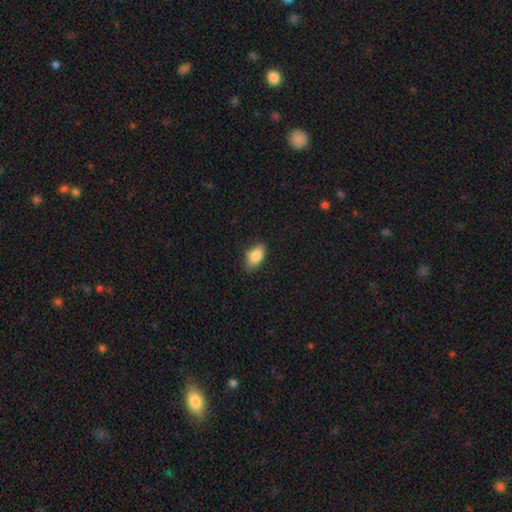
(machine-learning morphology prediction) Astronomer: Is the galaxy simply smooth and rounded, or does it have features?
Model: smooth — 84%.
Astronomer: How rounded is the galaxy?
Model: in between — 90%.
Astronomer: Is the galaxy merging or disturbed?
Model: none — 80%.